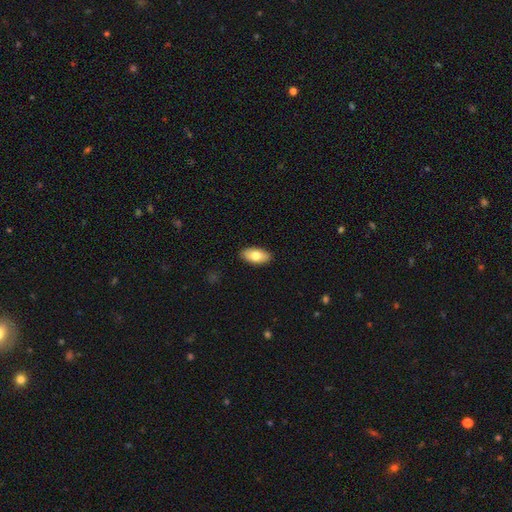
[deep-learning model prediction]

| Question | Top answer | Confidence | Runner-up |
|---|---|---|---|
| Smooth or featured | smooth | 78% | featured or disk (16%) |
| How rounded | in between | 92% | cigar-shaped (5%) |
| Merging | none | 90% | minor disturbance (7%) |